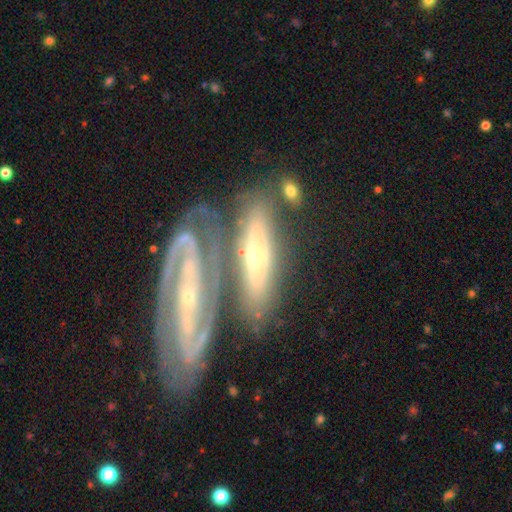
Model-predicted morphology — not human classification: Overall: featured or disk (76%). Edge-on disk: no (70%). Bar: no (51%; weak 25%). Spiral arms: yes (84%). Bulge size: small (65%; moderate 30%). Merging: merger (40%, tied with none).